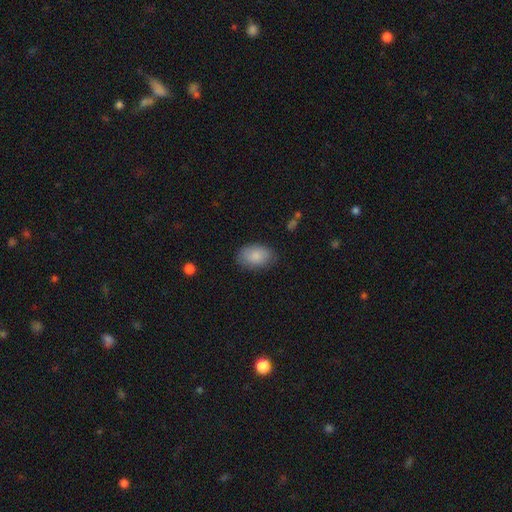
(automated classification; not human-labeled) This appears to be a smooth galaxy with no disk features (85%) that is in between round and cigar-shaped (89%). Merging: none (80%).